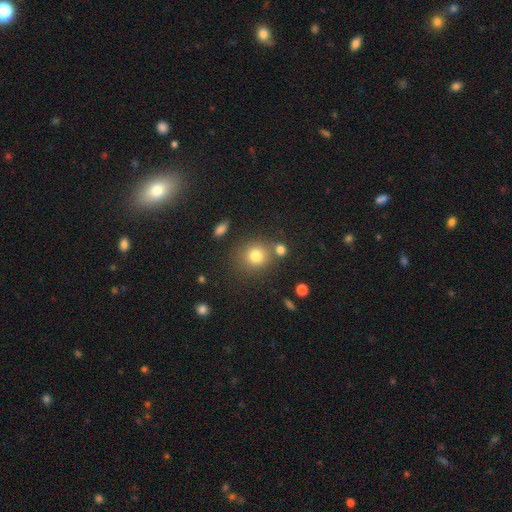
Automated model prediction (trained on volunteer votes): Smooth or featured? smooth (79%)
How rounded? round (82%)
Merging? none (71%)